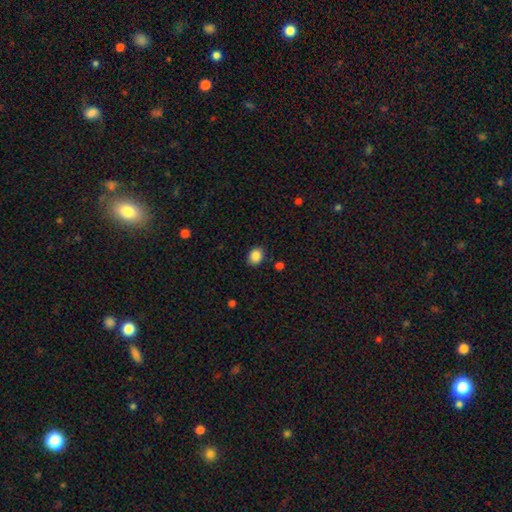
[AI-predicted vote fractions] Smooth or featured? Predicted: smooth (p=0.86). How rounded? Predicted: in between (p=0.52). Merging? Predicted: none (p=0.85).